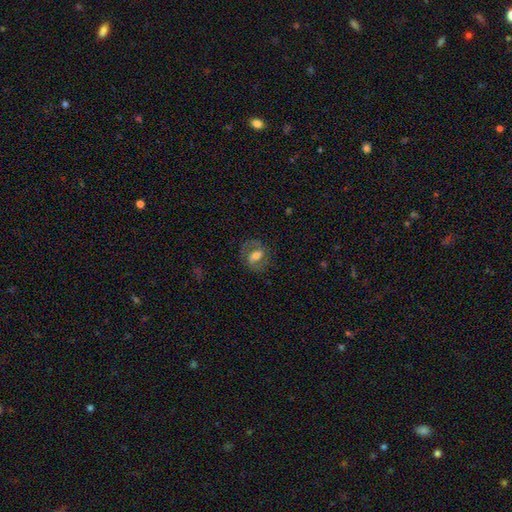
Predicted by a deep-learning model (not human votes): Smooth or featured?
  - featured or disk: 63% *
  - smooth: 29%
  - star or artifact: 8%
Edge-on disk?
  - no: 96% *
  - yes: 4%
Bar?
  - weak: 45% *
  - strong: 29%
  - no: 26%
Spiral arms?
  - yes: 83% *
  - no: 17%
Spiral winding?
  - medium: 52% *
  - tight: 27%
  - loose: 20%
Spiral arm count?
  - 2: 86% *
  - can't tell: 7%
  - 1: 4%
  - 3: 1%
  - 4: 1%
  - more than 4: 1%
Bulge size?
  - moderate: 56% *
  - large: 23%
  - small: 16%
  - none: 3%
  - dominant: 2%
Merging?
  - none: 75% *
  - minor disturbance: 15%
  - major disturbance: 9%
  - merger: 1%